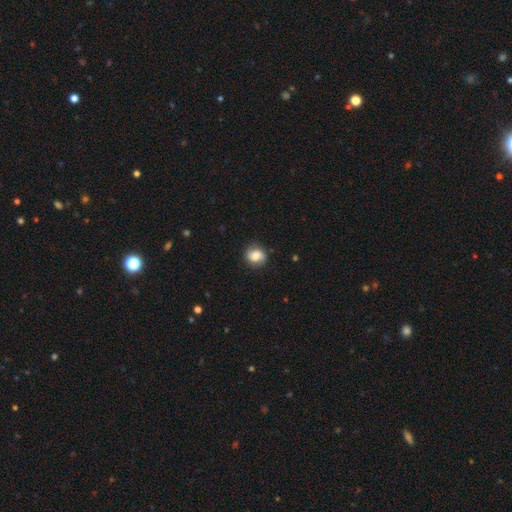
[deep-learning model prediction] A smooth galaxy with no disk features (77%) that is round (67%). Merging: none (78%).